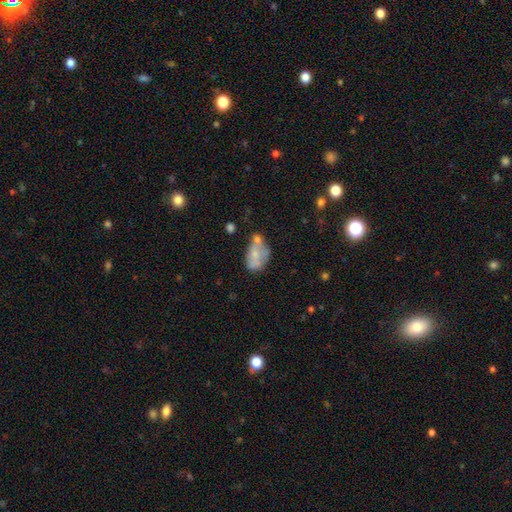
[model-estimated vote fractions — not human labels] Smooth or featured? Predicted: smooth (p=0.55). How rounded? Predicted: in between (p=0.84). Merging? Predicted: none (p=0.31, tied with merger).